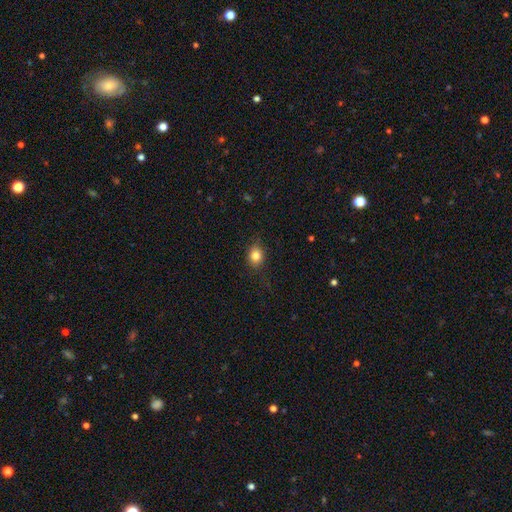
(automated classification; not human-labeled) A smooth galaxy with no disk features (83%) that is round (60%).

Vote fractions:
- Smooth or featured? smooth: 83% / star or artifact: 11% / featured or disk: 7%
- How rounded? round: 60% / in between: 39% / cigar-shaped: 1%
- Merging? none: 82% / minor disturbance: 13% / major disturbance: 4% / merger: 1%